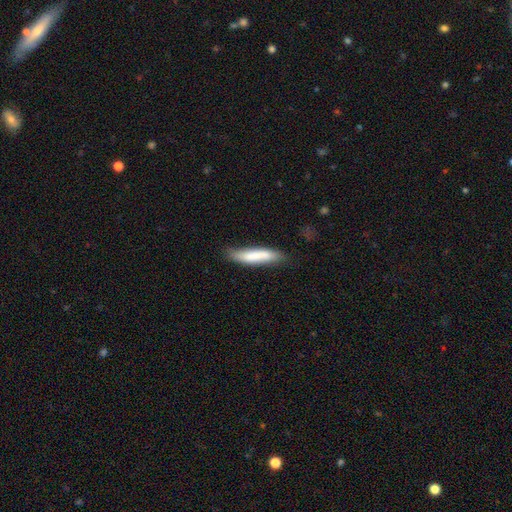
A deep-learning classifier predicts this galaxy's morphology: A smooth galaxy with no disk features (77%) that is cigar-shaped (83%). Merging: none (73%).